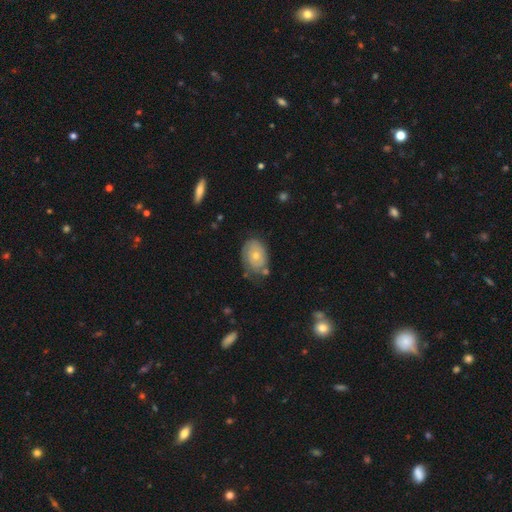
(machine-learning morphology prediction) smooth_or_featured: smooth (p=0.51) [alt: featured or disk p=0.43]
how_rounded: in between (p=0.78) [alt: round p=0.21]
merging: none (p=0.58) [alt: minor disturbance p=0.28]